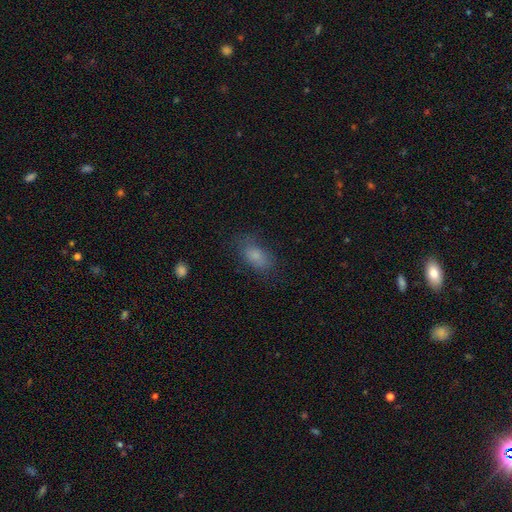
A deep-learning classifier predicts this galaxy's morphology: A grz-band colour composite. It shows a smooth galaxy with no disk features (79%) that is in between round and cigar-shaped (87%). Merging: none (71%).